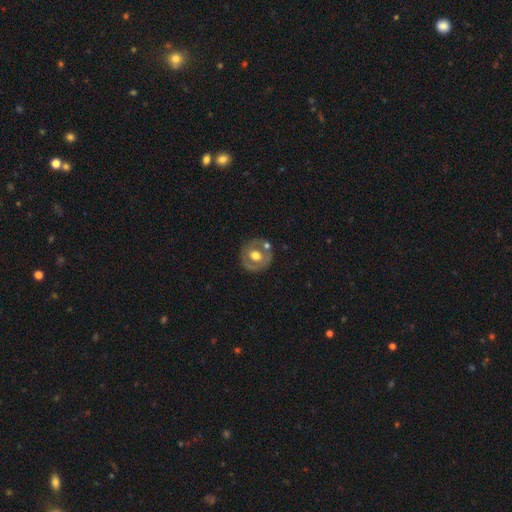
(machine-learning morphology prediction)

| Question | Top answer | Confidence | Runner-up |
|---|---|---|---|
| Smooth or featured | featured or disk | 49% | smooth (44%) |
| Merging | none | 69% | minor disturbance (14%) |